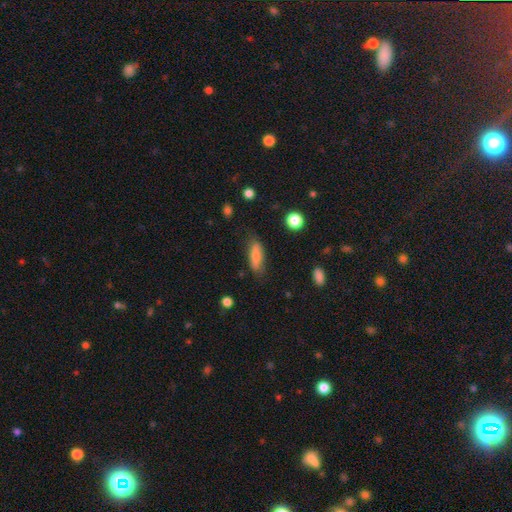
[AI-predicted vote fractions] Smooth or featured: smooth — 80% (featured or disk — 13%)
How rounded: cigar-shaped — 51% (in between — 46%)
Merging: none — 75% (minor disturbance — 18%)